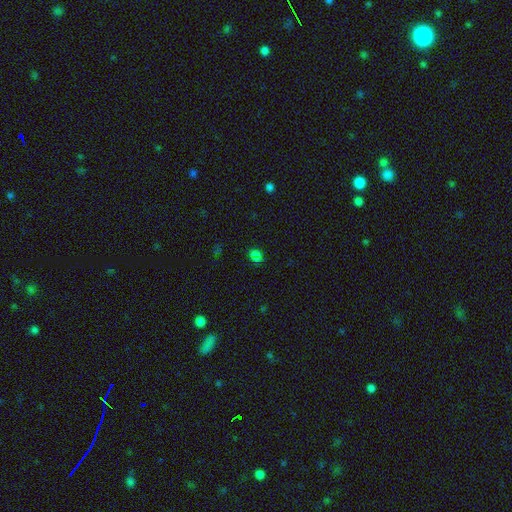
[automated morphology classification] A smooth galaxy with no disk features (60%) that is in between round and cigar-shaped (50%). Merging: none (74%).